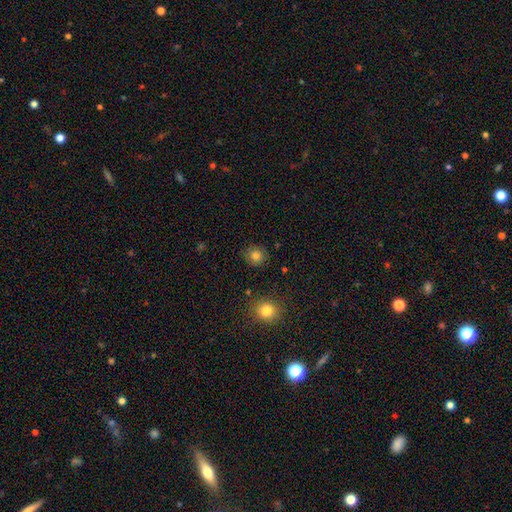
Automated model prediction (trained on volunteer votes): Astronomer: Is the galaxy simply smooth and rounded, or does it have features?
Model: smooth — 82%.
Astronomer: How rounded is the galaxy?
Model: round — 89%.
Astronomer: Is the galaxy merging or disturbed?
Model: none — 87%.